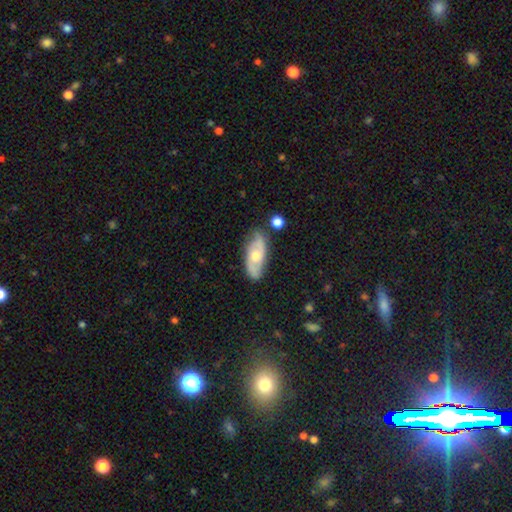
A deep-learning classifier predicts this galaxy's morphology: Smooth or featured?
  - featured or disk: 55% *
  - smooth: 38%
  - star or artifact: 6%
Edge-on disk?
  - no: 82% *
  - yes: 18%
Merging?
  - none: 73% *
  - minor disturbance: 19%
  - major disturbance: 4%
  - merger: 4%